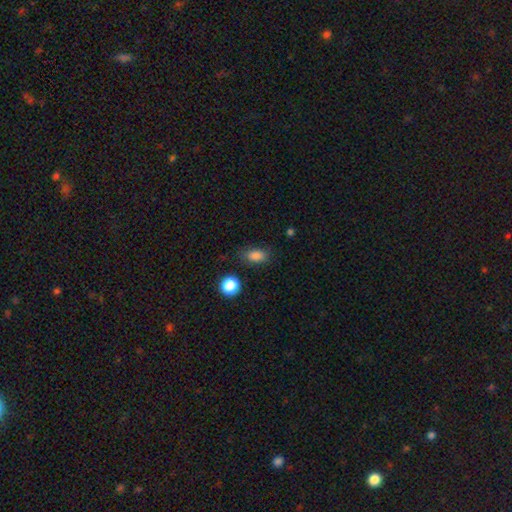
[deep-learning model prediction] Overall: smooth (85%). How rounded: in between (84%). Merging: none (78%).